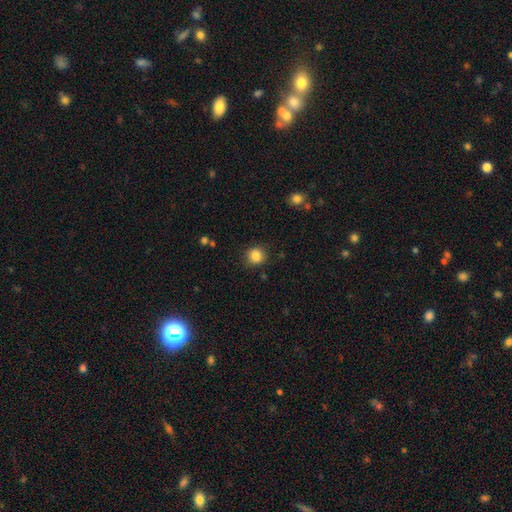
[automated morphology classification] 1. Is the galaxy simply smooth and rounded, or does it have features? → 85% smooth, 10% star or artifact, 5% featured or disk.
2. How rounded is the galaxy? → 85% round, 14% in between, 1% cigar-shaped.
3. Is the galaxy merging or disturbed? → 87% none, 9% minor disturbance, 3% major disturbance, 2% merger.